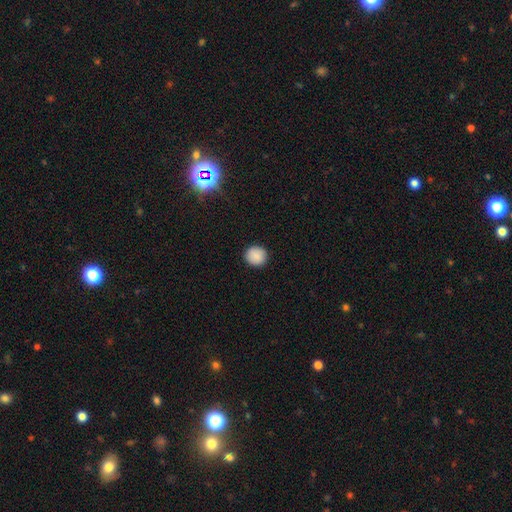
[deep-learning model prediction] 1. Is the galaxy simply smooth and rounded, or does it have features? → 88% smooth, 8% star or artifact, 4% featured or disk.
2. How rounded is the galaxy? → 92% round, 8% in between, 1% cigar-shaped.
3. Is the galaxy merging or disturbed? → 92% none, 6% minor disturbance, 2% major disturbance, 1% merger.